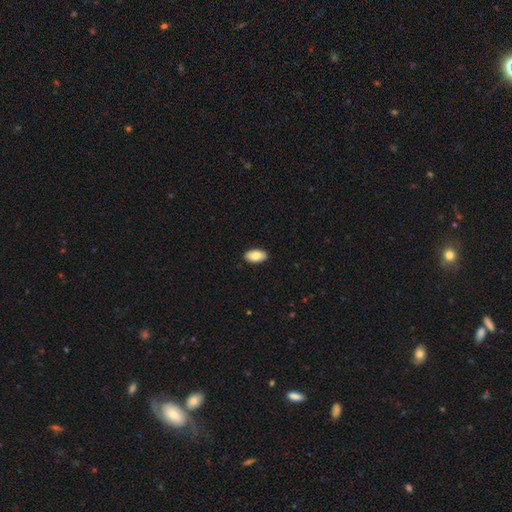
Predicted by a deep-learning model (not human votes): Overall: smooth (82%). How rounded: in between (95%). Merging: none (90%).